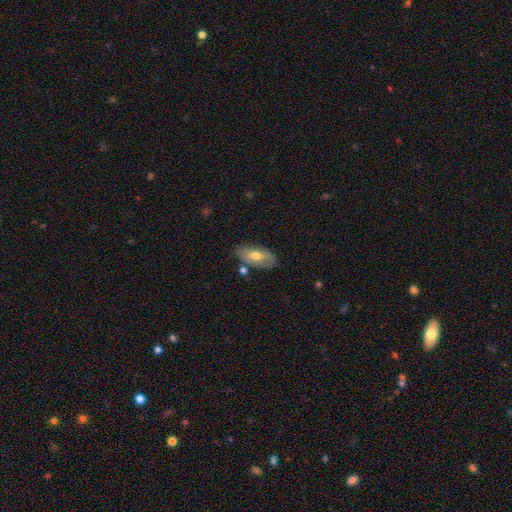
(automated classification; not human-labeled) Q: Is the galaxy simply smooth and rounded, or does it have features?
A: smooth — 63%.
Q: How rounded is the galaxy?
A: in between — 86%.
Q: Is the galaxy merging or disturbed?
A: none — 73%.